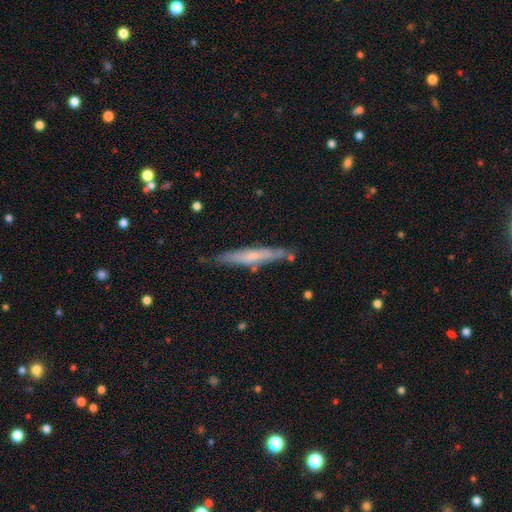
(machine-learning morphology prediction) A smooth galaxy with no disk features (47%, tied with featured or disk). Merging: none (76%).